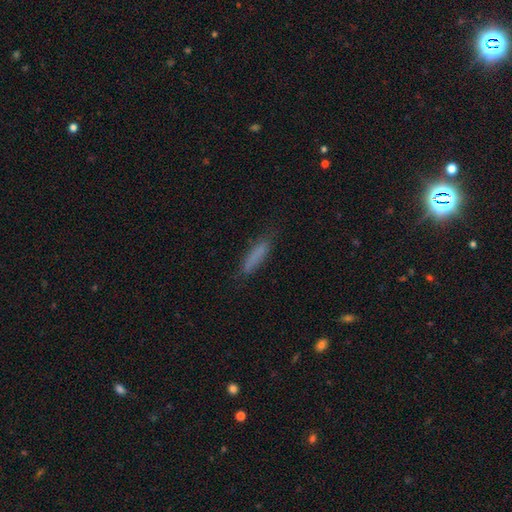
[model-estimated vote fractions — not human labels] Smooth or featured?
  - smooth: 79% *
  - featured or disk: 12%
  - star or artifact: 9%
How rounded?
  - cigar-shaped: 81% *
  - in between: 18%
  - round: 2%
Merging?
  - none: 78% *
  - minor disturbance: 16%
  - major disturbance: 4%
  - merger: 2%